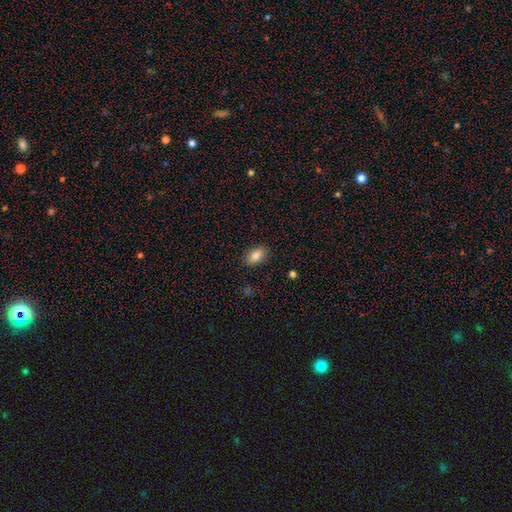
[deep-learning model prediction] The model was most divided on "smooth or featured": smooth: 85%, star or artifact: 8%, featured or disk: 8%. More confident: how rounded — in between (91%); merging — none (87%).